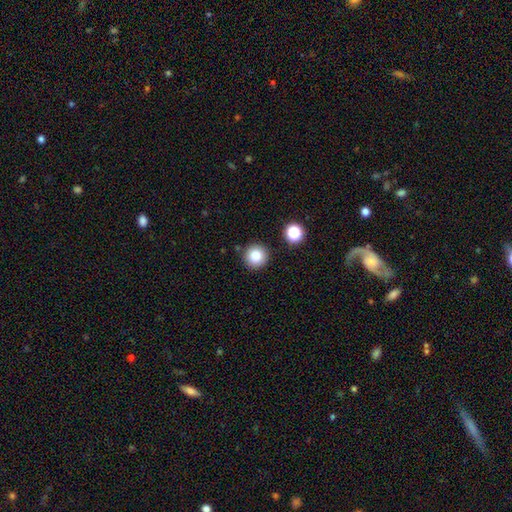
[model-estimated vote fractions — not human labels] Q: Smooth or featured?
A: smooth (81%); runner-up: star or artifact (12%)
Q: How rounded?
A: round (95%); runner-up: in between (4%)
Q: Merging?
A: none (89%); runner-up: minor disturbance (6%)